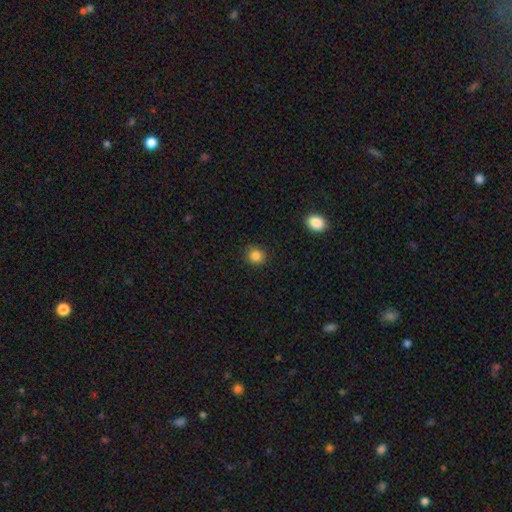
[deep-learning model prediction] Overall: smooth (85%). How rounded: round (88%). Merging: none (89%).